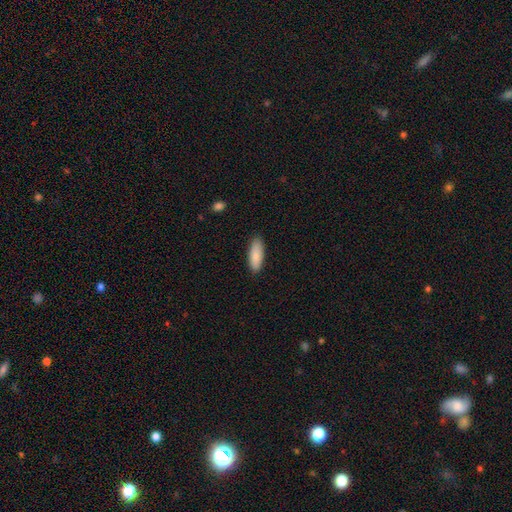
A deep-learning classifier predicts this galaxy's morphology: Smooth or featured? smooth (86%)
How rounded? in between (65%)
Merging? none (87%)